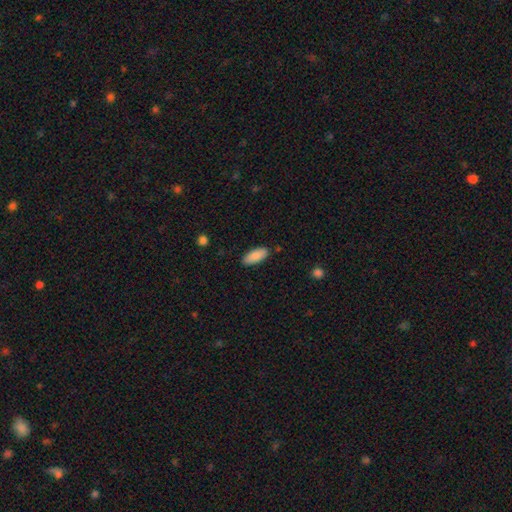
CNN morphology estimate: Smooth or featured? Predicted: smooth (p=0.88). How rounded? Predicted: in between (p=0.85). Merging? Predicted: none (p=0.86).